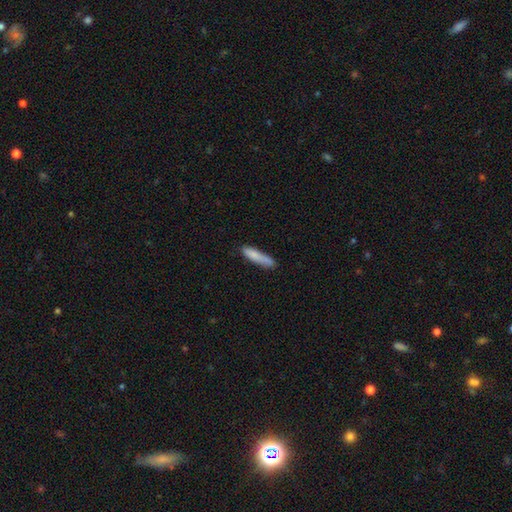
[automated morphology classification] Smooth or featured? Predicted: smooth (p=0.82). How rounded? Predicted: cigar-shaped (p=0.83). Merging? Predicted: none (p=0.74).